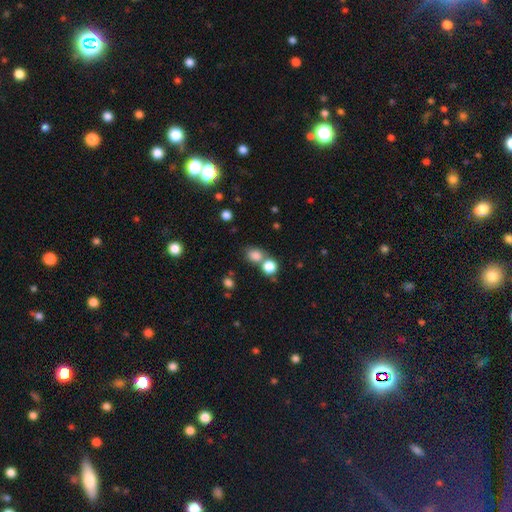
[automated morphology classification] Smooth or featured? Predicted: smooth (p=0.80). How rounded? Predicted: round (p=0.63). Merging? Predicted: none (p=0.54).